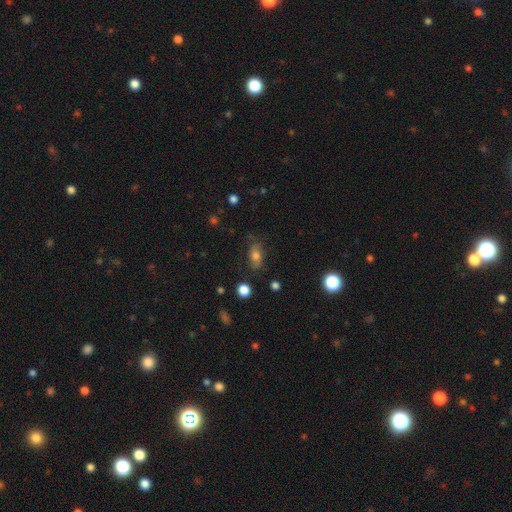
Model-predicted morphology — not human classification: smooth_or_featured: smooth (p=0.72) [alt: featured or disk p=0.16]
how_rounded: in between (p=0.82) [alt: round p=0.12]
merging: none (p=0.73) [alt: minor disturbance p=0.19]